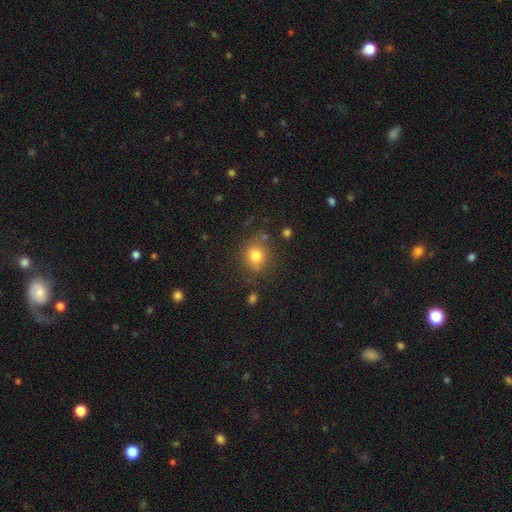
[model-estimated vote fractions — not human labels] A smooth galaxy with no disk features (79%) that is round (78%).

Vote fractions:
- Smooth or featured? smooth: 79% / star or artifact: 12% / featured or disk: 8%
- How rounded? round: 78% / in between: 21% / cigar-shaped: 1%
- Merging? none: 75% / minor disturbance: 15% / merger: 6% / major disturbance: 5%